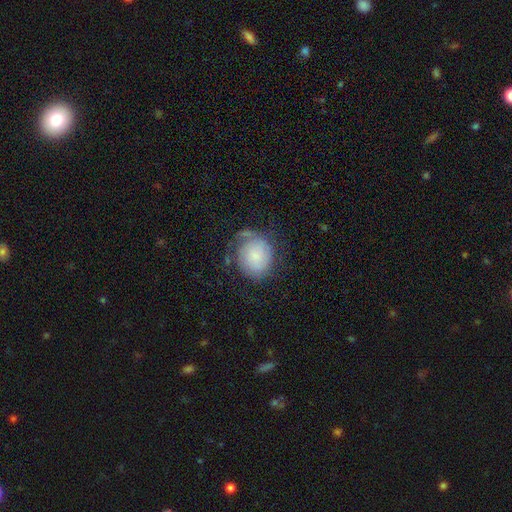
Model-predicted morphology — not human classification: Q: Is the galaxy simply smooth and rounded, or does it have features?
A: smooth — 49%.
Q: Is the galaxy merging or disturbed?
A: none — 54%.